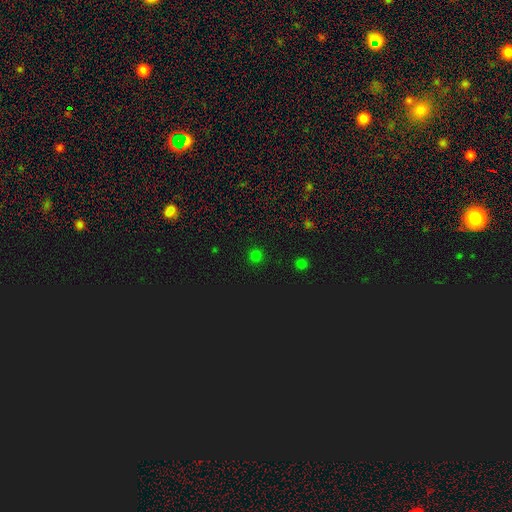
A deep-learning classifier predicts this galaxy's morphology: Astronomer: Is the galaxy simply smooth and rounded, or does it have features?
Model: smooth — 68%.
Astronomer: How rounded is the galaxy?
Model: round — 94%.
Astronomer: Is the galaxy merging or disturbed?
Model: none — 91%.